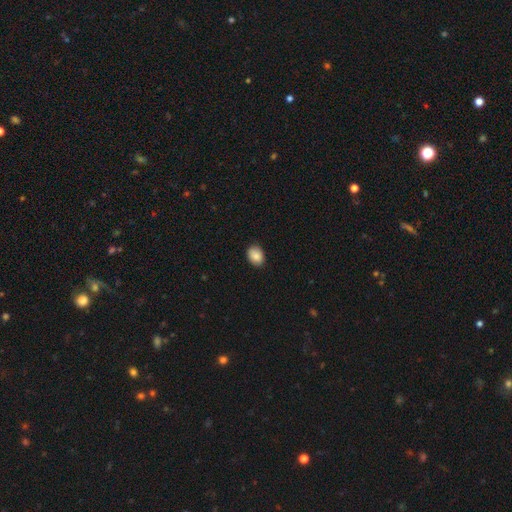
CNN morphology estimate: The model was most divided on "how rounded": in between: 70%, round: 29%, cigar-shaped: 1%. More confident: smooth or featured — smooth (88%); merging — none (84%).